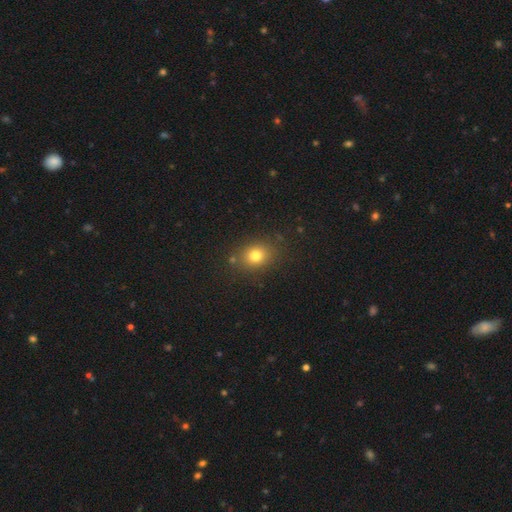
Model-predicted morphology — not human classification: smooth-or-featured: smooth: 78% | star or artifact: 14% | featured or disk: 8%
  how-rounded: round: 57% | in between: 42% | cigar-shaped: 1%
  merging: none: 82% | minor disturbance: 11% | merger: 4% | major disturbance: 4%